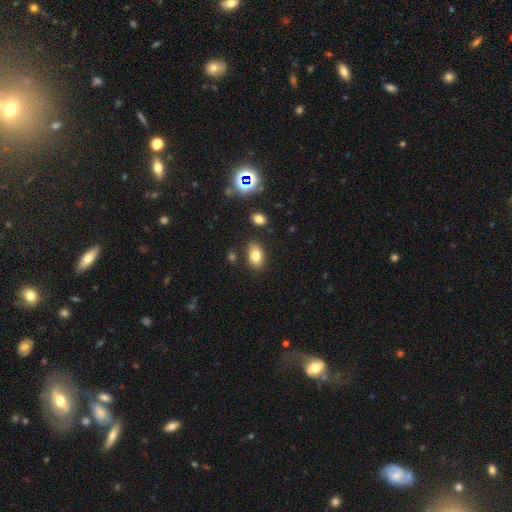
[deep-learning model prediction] smooth-or-featured: smooth: 79% | featured or disk: 12% | star or artifact: 10%
  how-rounded: in between: 89% | round: 9% | cigar-shaped: 2%
  merging: none: 82% | minor disturbance: 12% | merger: 3% | major disturbance: 3%